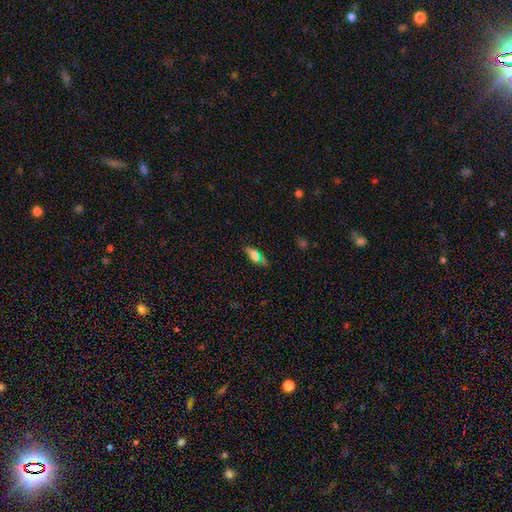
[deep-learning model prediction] Smooth or featured: smooth — 61% (featured or disk — 19%)
How rounded: in between — 76% (cigar-shaped — 18%)
Merging: none — 78% (minor disturbance — 15%)